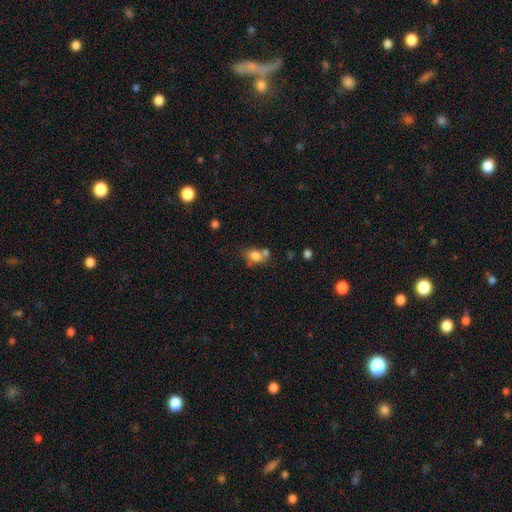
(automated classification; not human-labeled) smooth-or-featured: smooth: 78% | featured or disk: 11% | star or artifact: 11%
  how-rounded: in between: 68% | round: 30% | cigar-shaped: 2%
  merging: none: 43% | merger: 34% | minor disturbance: 16% | major disturbance: 7%